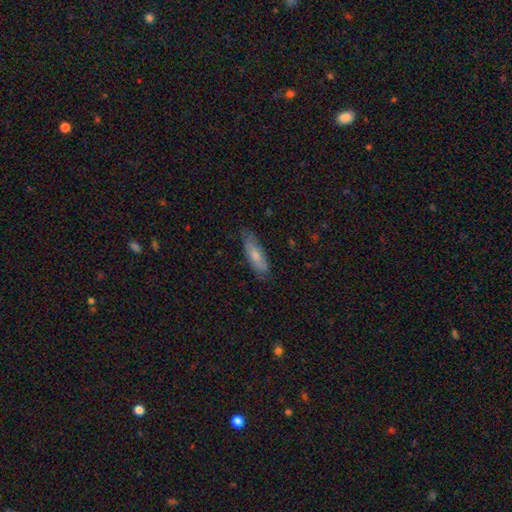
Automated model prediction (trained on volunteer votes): Smooth or featured: smooth — 65% (featured or disk — 29%)
How rounded: in between — 50% (cigar-shaped — 48%)
Merging: none — 74% (minor disturbance — 21%)